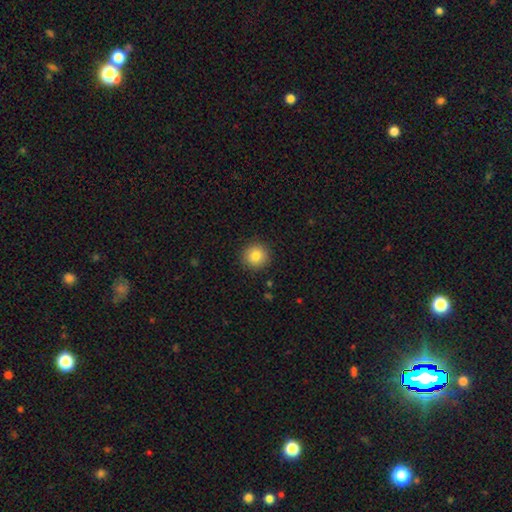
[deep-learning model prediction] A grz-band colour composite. It shows a smooth galaxy with no disk features (83%) that is round (94%). Merging: none (91%).